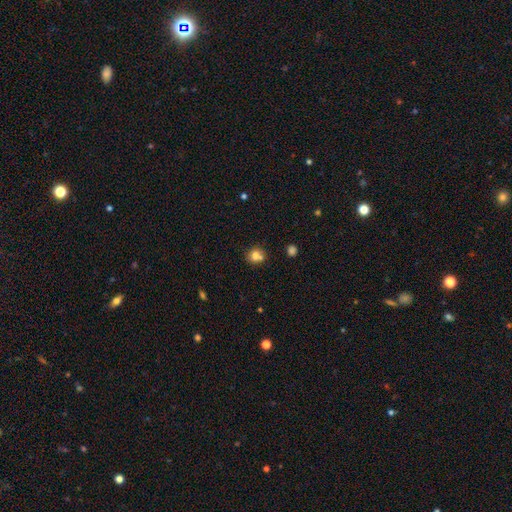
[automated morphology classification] smooth 76%, star or artifact 12%, featured or disk 12%. Down the decision tree: how rounded — round (80%); merging — none (56%).